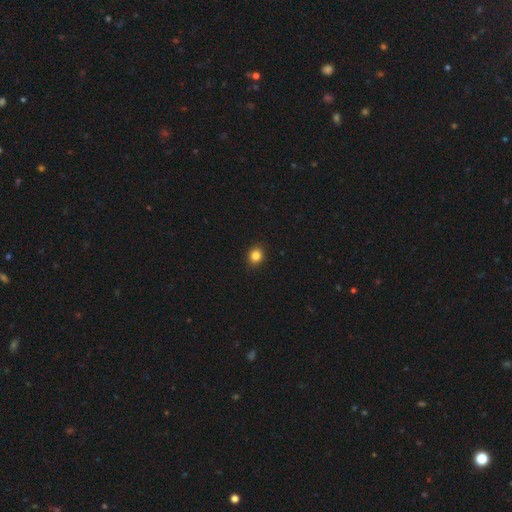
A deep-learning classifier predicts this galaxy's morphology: Smooth or featured: smooth — 84% (star or artifact — 11%)
How rounded: round — 75% (in between — 24%)
Merging: none — 91% (minor disturbance — 6%)